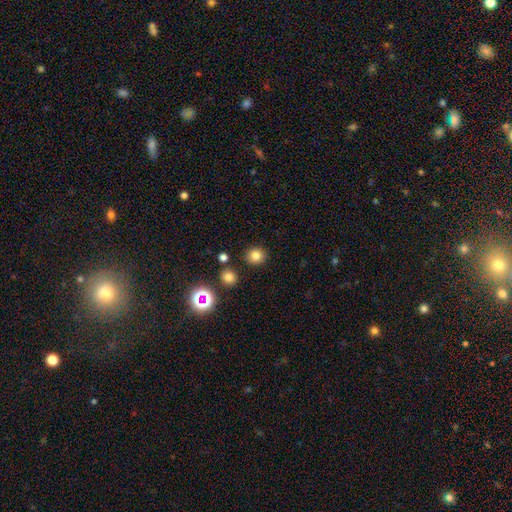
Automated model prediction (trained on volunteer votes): This is likely a smooth galaxy (80%). How rounded: clearly round (85%). Merging: clearly none (87%).